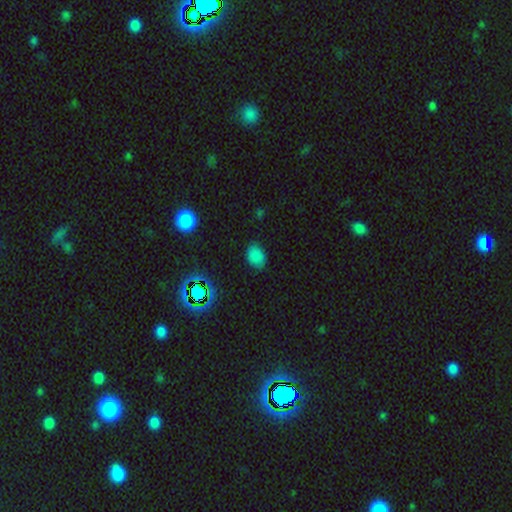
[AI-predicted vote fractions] smooth-or-featured: smooth: 78% | star or artifact: 17% | featured or disk: 5%
  how-rounded: in between: 75% | round: 24% | cigar-shaped: 1%
  merging: none: 77% | minor disturbance: 18% | major disturbance: 4% | merger: 1%